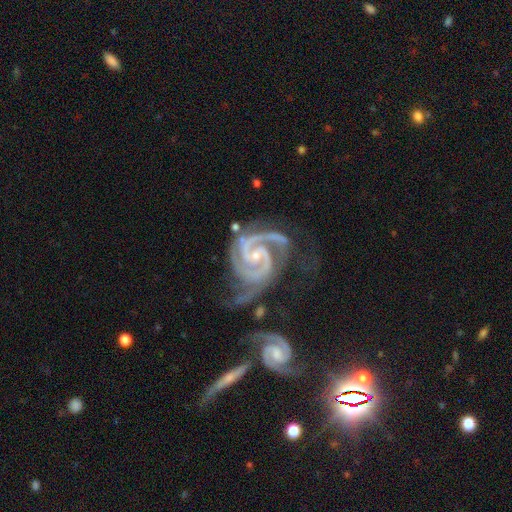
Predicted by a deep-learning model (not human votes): Smooth or featured? featured or disk (94%)
Edge-on disk? no (98%)
Bar? no (50%)
Spiral arms? yes (99%)
Spiral winding? tight (54%)
Spiral arm count? 2 (67%)
Bulge size? small (77%)
Merging? none (40%)